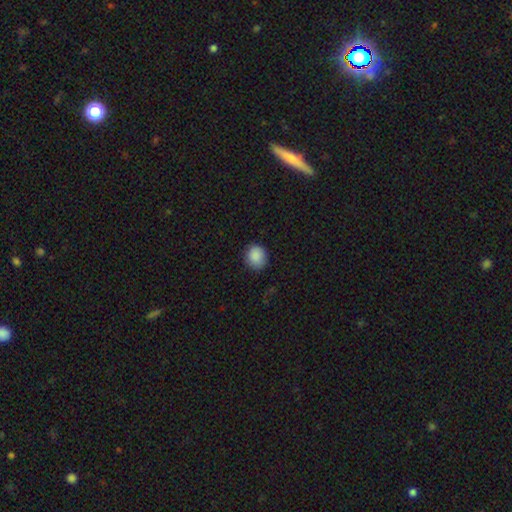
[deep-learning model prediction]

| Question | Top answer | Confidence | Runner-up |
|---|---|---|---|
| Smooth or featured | smooth | 89% | star or artifact (8%) |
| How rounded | round | 76% | in between (23%) |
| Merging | none | 86% | minor disturbance (10%) |